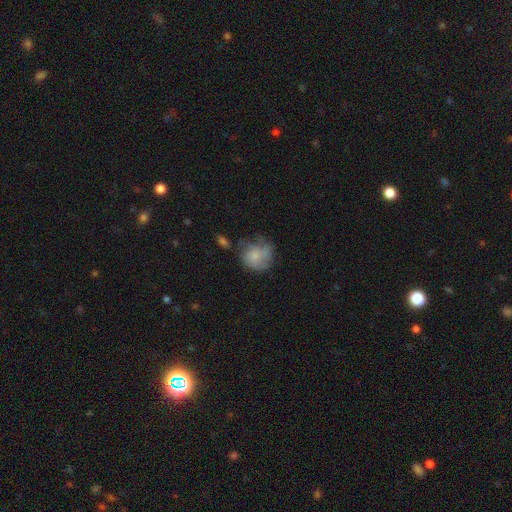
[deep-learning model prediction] Smooth or featured?
  - smooth: 63% *
  - featured or disk: 28%
  - star or artifact: 9%
How rounded?
  - round: 74% *
  - in between: 25%
  - cigar-shaped: 1%
Merging?
  - none: 40% *
  - minor disturbance: 30%
  - major disturbance: 24%
  - merger: 6%